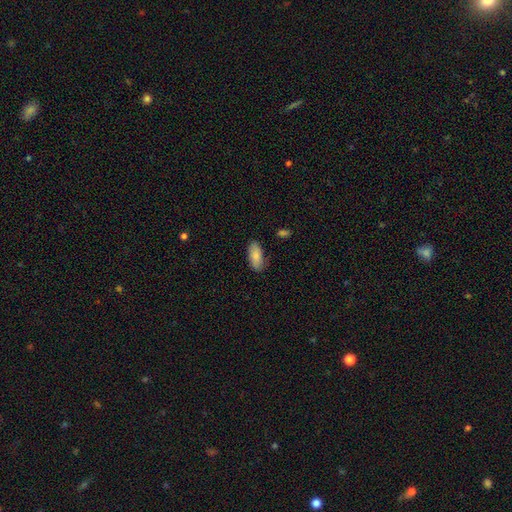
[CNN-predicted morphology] A smooth galaxy with no disk features (85%) that is in between round and cigar-shaped (88%). Merging: none (80%).